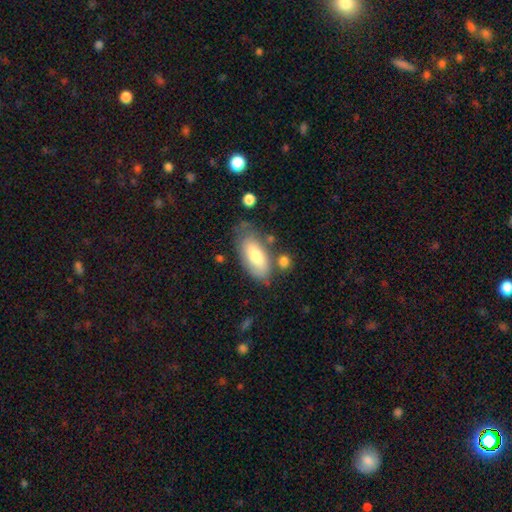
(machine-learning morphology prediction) type=smooth (73%); roundness=in between (87%); merging=none (63%).